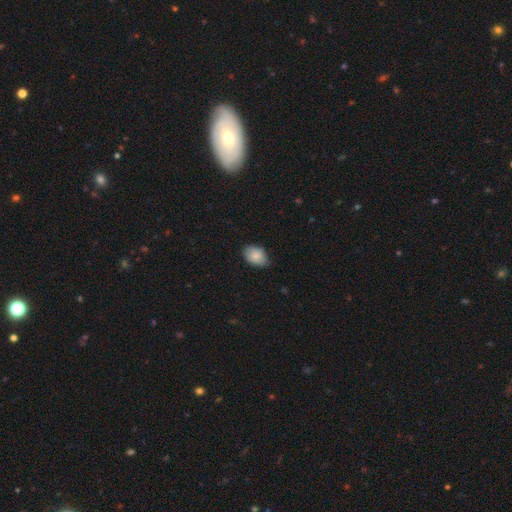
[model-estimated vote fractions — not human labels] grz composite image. It shows a smooth galaxy with no disk features (84%) that is in between round and cigar-shaped (85%). Merging: none (72%).